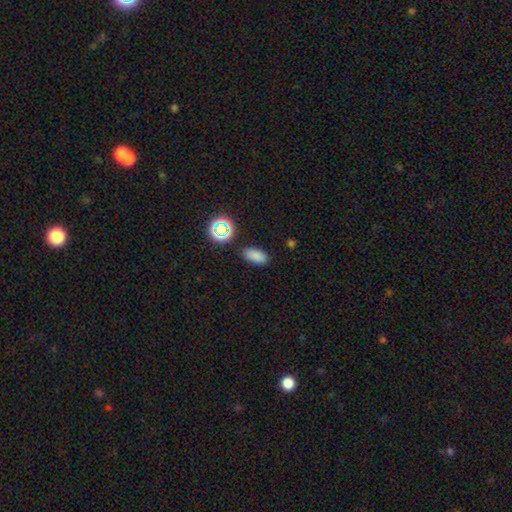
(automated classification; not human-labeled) Smooth or featured: smooth — 79% (star or artifact — 16%)
How rounded: in between — 90% (round — 6%)
Merging: none — 85% (minor disturbance — 10%)